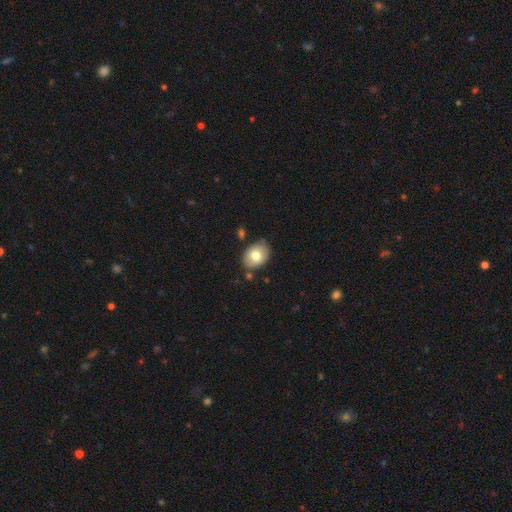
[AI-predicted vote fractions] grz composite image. It shows a smooth galaxy with no disk features (73%) that is in between round and cigar-shaped (69%). Merging: none (77%).